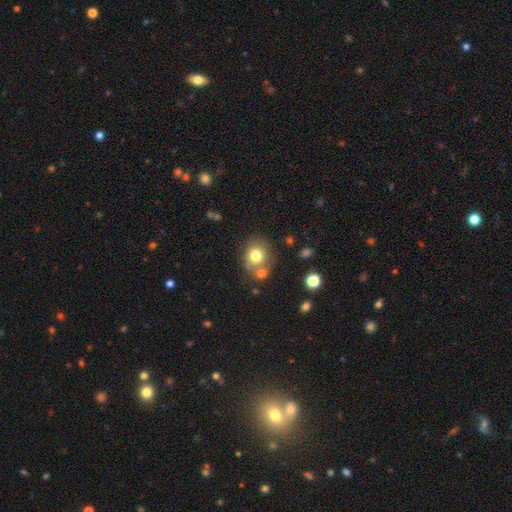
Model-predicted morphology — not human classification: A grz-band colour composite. It shows a smooth galaxy with no disk features (76%) that is round (78%). Merging: none (58%).